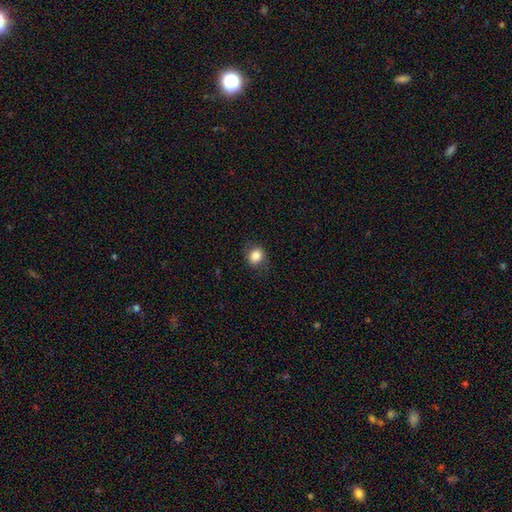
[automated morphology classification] type=smooth (83%); roundness=round (75%); merging=none (80%).